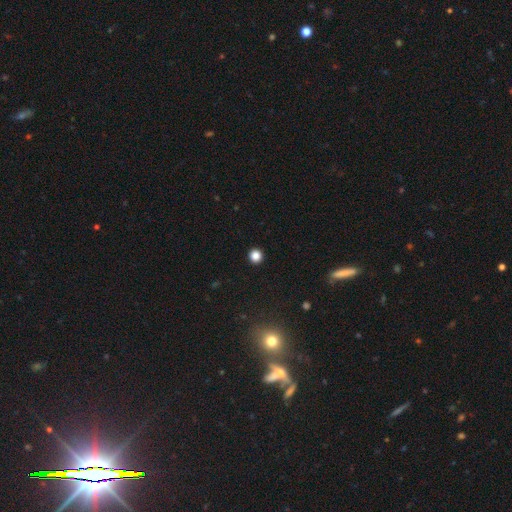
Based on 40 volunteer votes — Smooth or featured: smooth — 82% (star or artifact — 12%)
How rounded: round — 97% (in between — 3%)
Merging: none — 91% (minor disturbance — 9%)